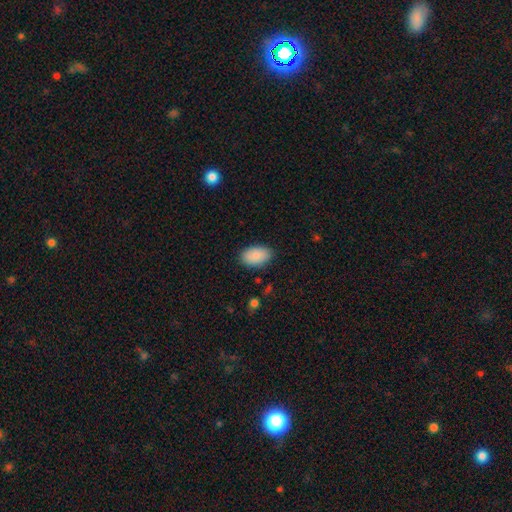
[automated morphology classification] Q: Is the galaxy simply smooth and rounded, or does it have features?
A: smooth — 89%.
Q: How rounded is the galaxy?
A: in between — 93%.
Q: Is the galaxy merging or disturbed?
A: none — 85%.